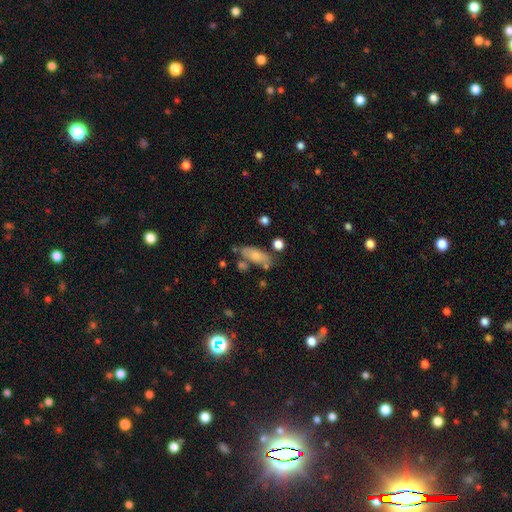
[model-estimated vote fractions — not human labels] smooth_or_featured: smooth (p=0.73) [alt: featured or disk p=0.19]
how_rounded: in between (p=0.75) [alt: cigar-shaped p=0.22]
merging: none (p=0.61) [alt: minor disturbance p=0.20]